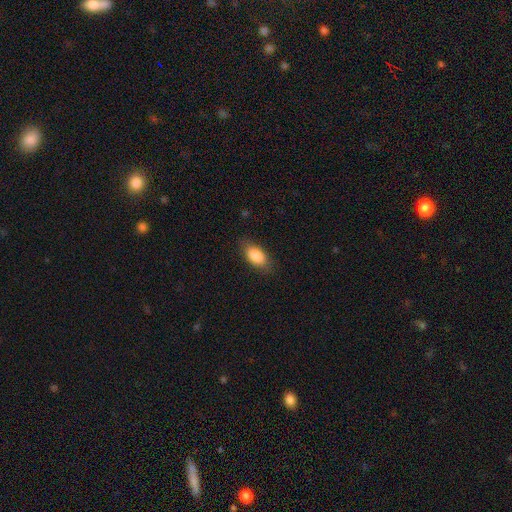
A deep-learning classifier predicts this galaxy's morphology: Smooth or featured? smooth (86%)
How rounded? in between (90%)
Merging? none (81%)